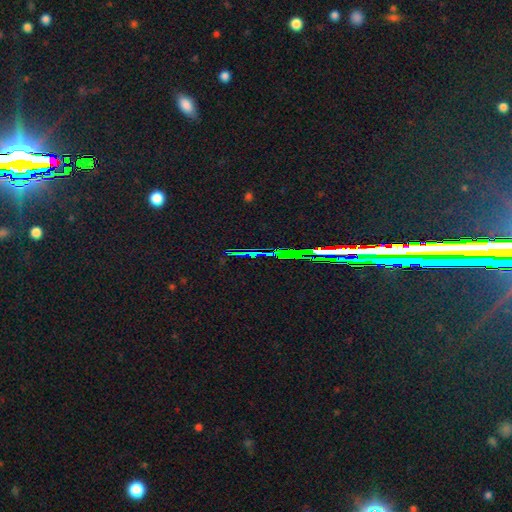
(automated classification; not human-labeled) This appears to be a star or artifact, not a galaxy (80%).